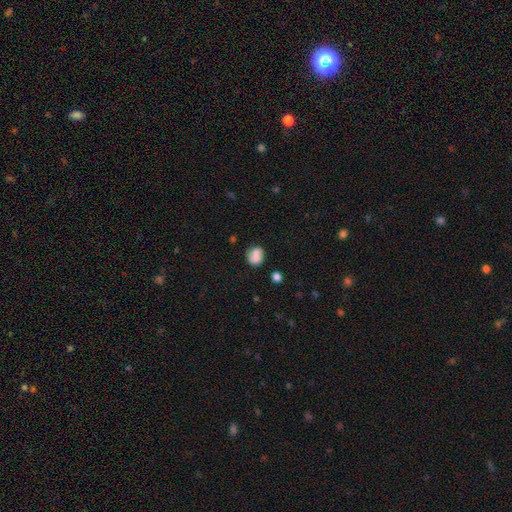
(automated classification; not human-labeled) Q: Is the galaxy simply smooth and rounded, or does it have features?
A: smooth — 71%.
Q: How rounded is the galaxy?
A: round — 63%.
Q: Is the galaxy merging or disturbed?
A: none — 51%.